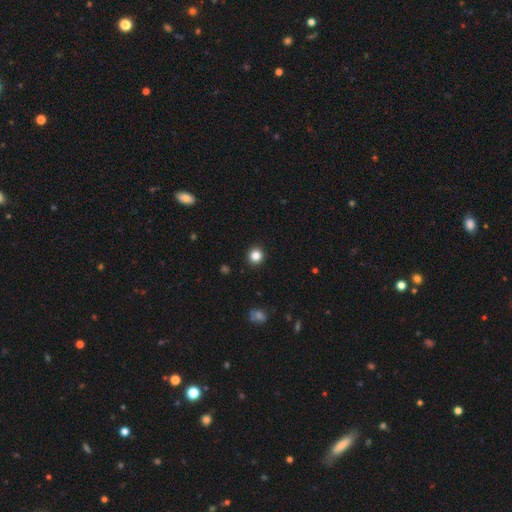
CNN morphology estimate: Smooth or featured?
  - smooth: 84% *
  - star or artifact: 12%
  - featured or disk: 4%
How rounded?
  - round: 94% *
  - in between: 5%
  - cigar-shaped: 1%
Merging?
  - none: 93% *
  - minor disturbance: 4%
  - major disturbance: 2%
  - merger: 1%